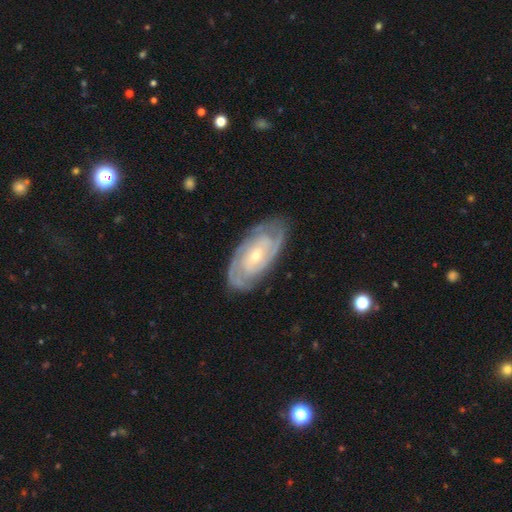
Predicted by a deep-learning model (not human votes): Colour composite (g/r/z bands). It shows a featured or disk galaxy (85%) with no bar (62%), 2 (48%) tight (67%) spiral arms (95%) and a small central bulge (68%). Merging: none (81%).